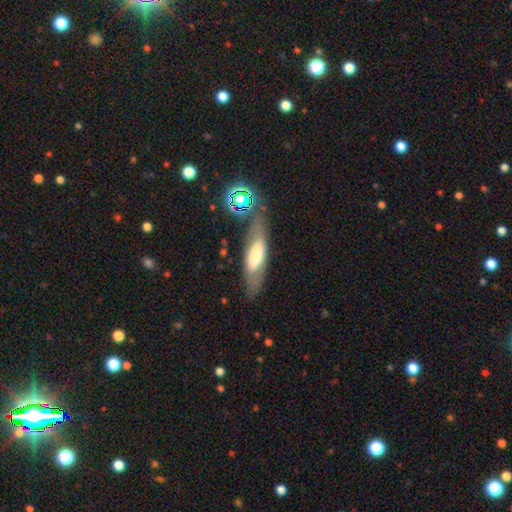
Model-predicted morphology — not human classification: smooth 50%, featured or disk 42%, star or artifact 8%. Down the decision tree: merging — none (64%).